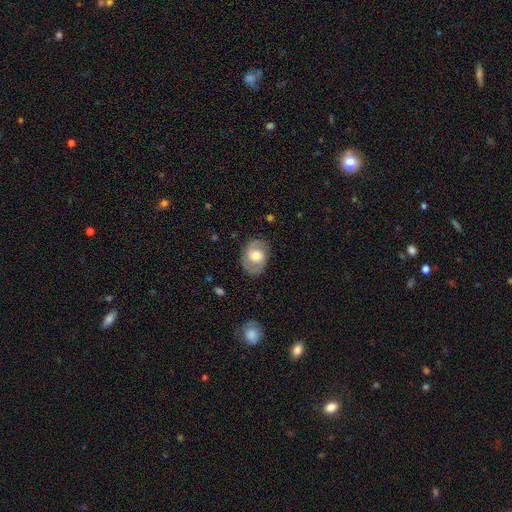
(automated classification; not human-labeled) A smooth galaxy with no disk features (48%). Merging: none (75%).